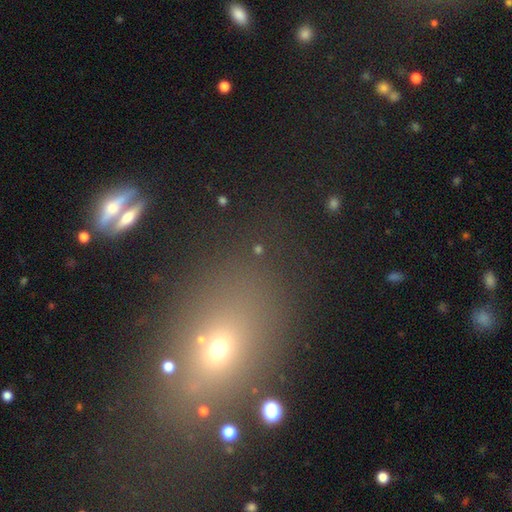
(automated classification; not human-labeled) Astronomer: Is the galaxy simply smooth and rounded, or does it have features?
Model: smooth — 48% (runner-up: star or artifact, 37%).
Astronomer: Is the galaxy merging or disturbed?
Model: none — 76%.